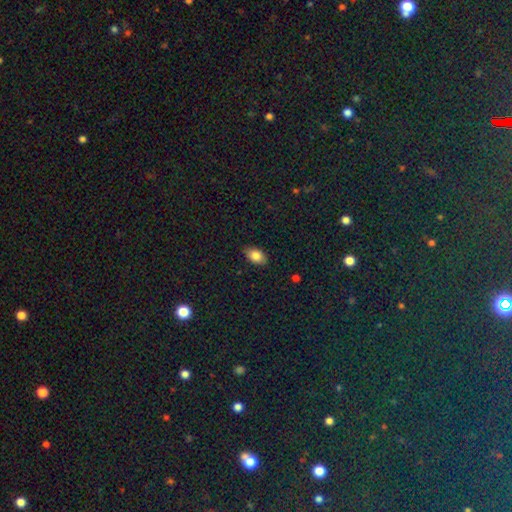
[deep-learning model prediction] Smooth or featured?
  - smooth: 83% *
  - featured or disk: 9%
  - star or artifact: 8%
How rounded?
  - in between: 90% *
  - round: 8%
  - cigar-shaped: 2%
Merging?
  - none: 87% *
  - minor disturbance: 10%
  - major disturbance: 2%
  - merger: 1%